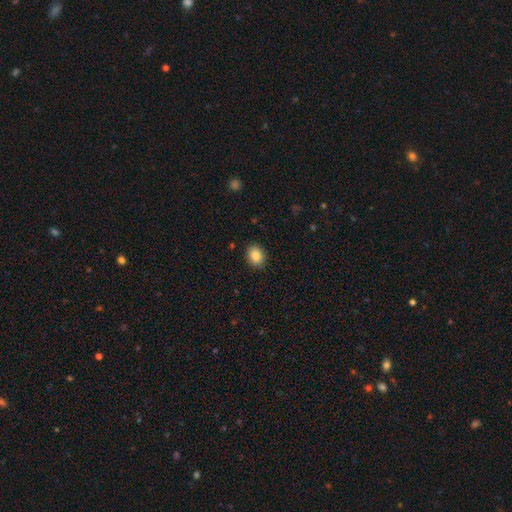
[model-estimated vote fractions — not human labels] Overall: smooth (87%). How rounded: in between (52%; round 47%). Merging: none (89%).